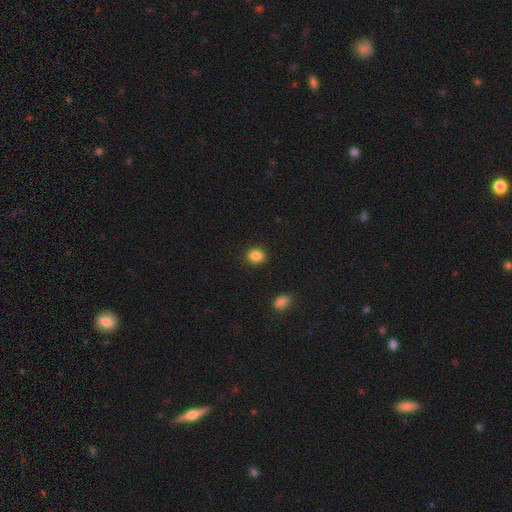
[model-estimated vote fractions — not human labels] Overall: smooth (86%). How rounded: round (78%). Merging: none (91%).